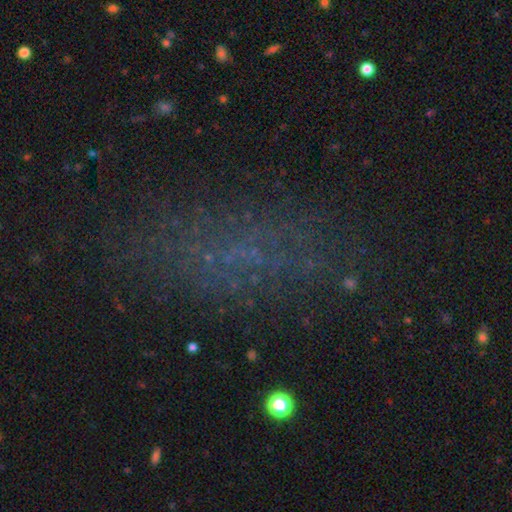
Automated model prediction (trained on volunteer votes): Smooth or featured: star or artifact — 36% (smooth — 33%)